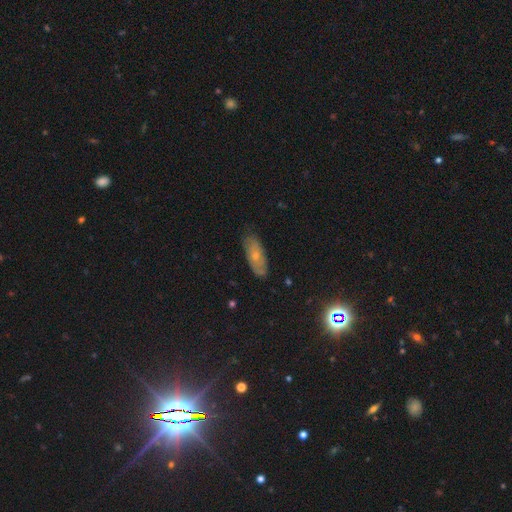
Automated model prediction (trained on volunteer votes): A smooth galaxy with no disk features (53%) that is in between round and cigar-shaped (73%). Merging: none (77%).